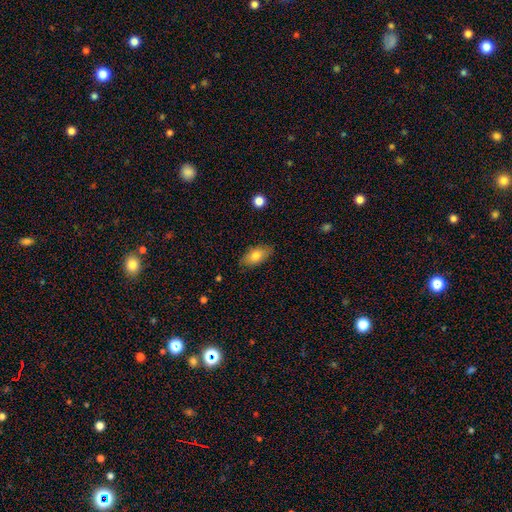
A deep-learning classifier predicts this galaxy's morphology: A smooth galaxy with no disk features (75%) that is in between round and cigar-shaped (90%).

Vote fractions:
- Smooth or featured? smooth: 75% / featured or disk: 18% / star or artifact: 7%
- How rounded? in between: 90% / cigar-shaped: 6% / round: 4%
- Merging? none: 83% / minor disturbance: 13% / major disturbance: 2% / merger: 1%